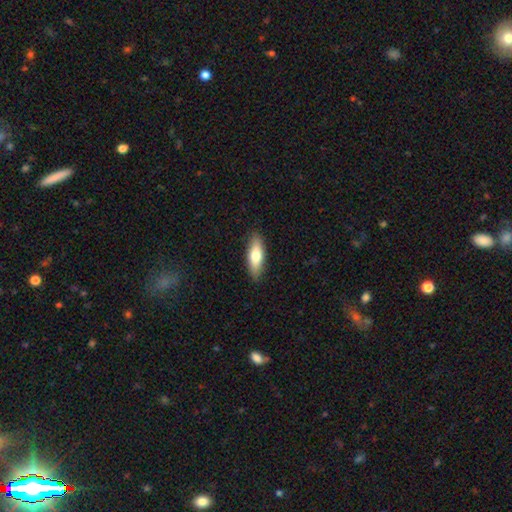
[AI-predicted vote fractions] This is likely a smooth galaxy (71%). How rounded: possibly in between (58%). Merging: clearly none (88%).